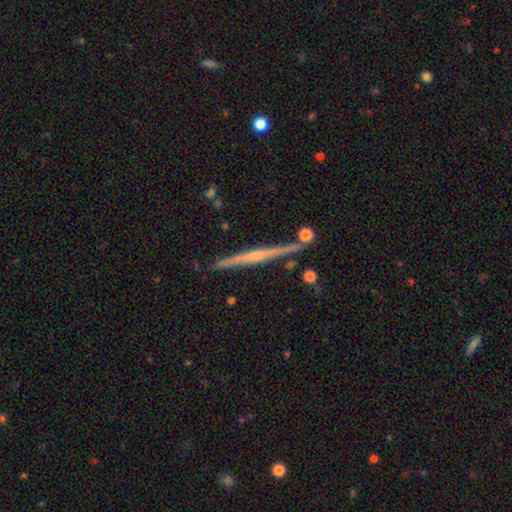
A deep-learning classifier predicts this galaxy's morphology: Smooth or featured? Predicted: featured or disk (p=0.74). Edge-on disk? Predicted: yes (p=0.98). Edge-on bulge? Predicted: rounded (p=0.47). Merging? Predicted: none (p=0.87).